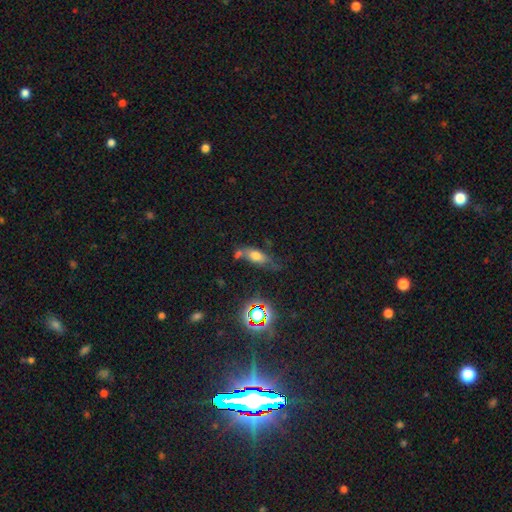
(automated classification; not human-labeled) Overall: smooth (59%; featured or disk 22%). How rounded: in between (72%). Merging: none (45%; minor disturbance 23%).